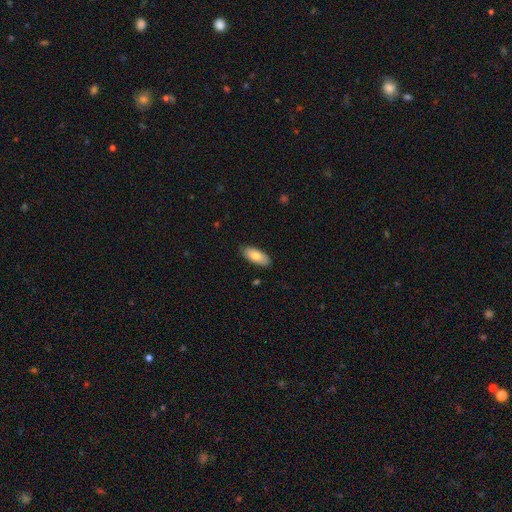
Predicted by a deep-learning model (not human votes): Smooth or featured? smooth (79%)
How rounded? in between (88%)
Merging? none (86%)